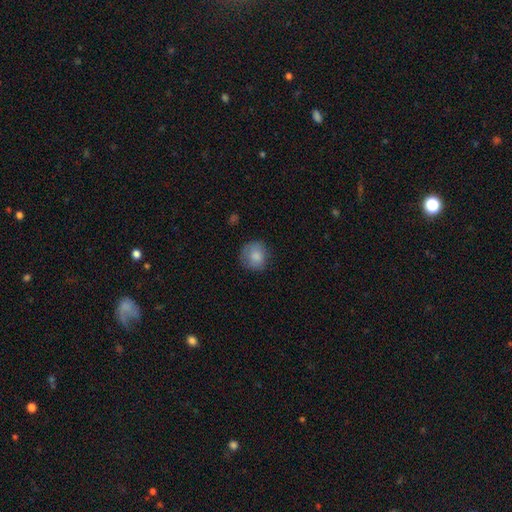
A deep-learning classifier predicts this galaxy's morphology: Q: Smooth or featured?
A: smooth (83%); runner-up: featured or disk (9%)
Q: How rounded?
A: round (84%); runner-up: in between (15%)
Q: Merging?
A: none (72%); runner-up: minor disturbance (21%)